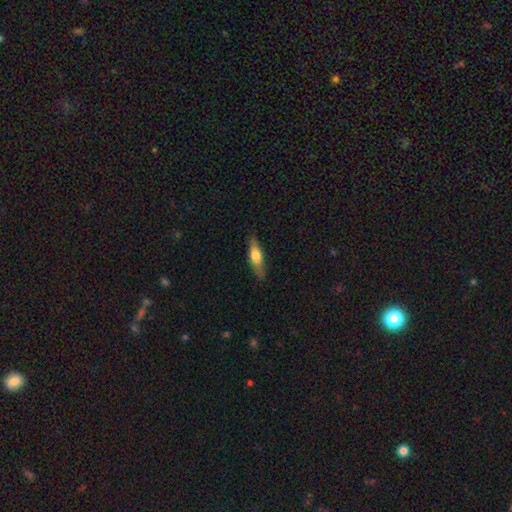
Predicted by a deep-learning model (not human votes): Smooth or featured? Predicted: smooth (p=0.54). How rounded? Predicted: cigar-shaped (p=0.57). Merging? Predicted: none (p=0.83).